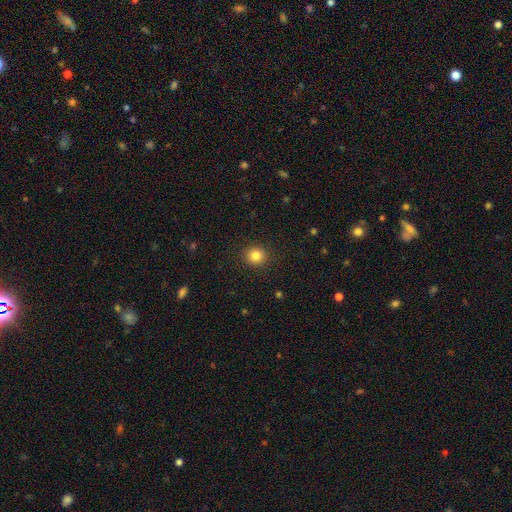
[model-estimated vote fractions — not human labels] Smooth or featured? smooth (83%)
How rounded? round (87%)
Merging? none (91%)